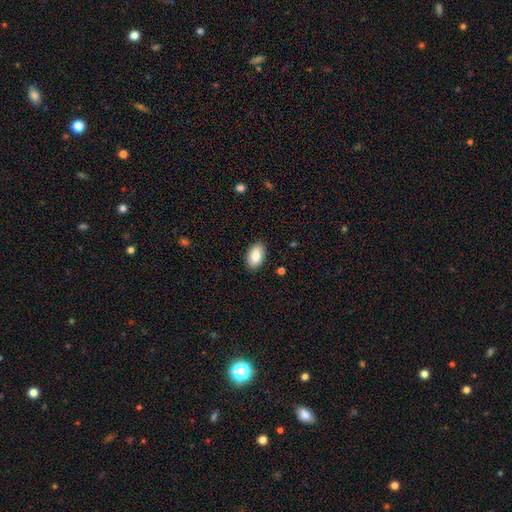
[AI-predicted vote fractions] The model was most divided on "smooth or featured": smooth: 84%, featured or disk: 9%, star or artifact: 7%. More confident: how rounded — in between (93%); merging — none (88%).